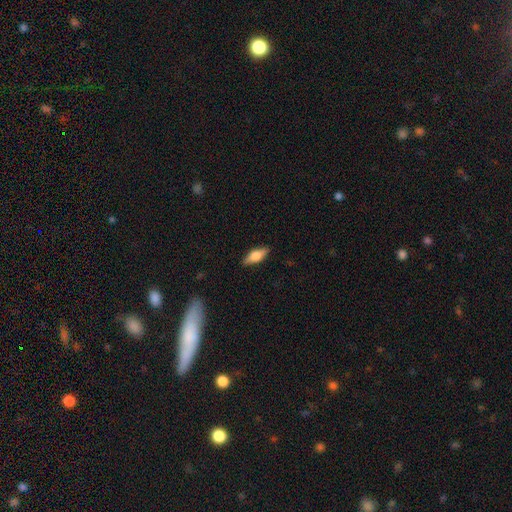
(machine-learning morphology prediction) This appears to be a smooth galaxy with no disk features (59%) that is in between round and cigar-shaped (66%). Merging: none (87%).